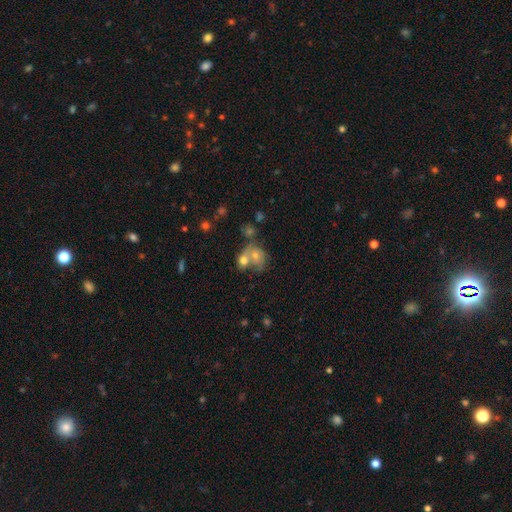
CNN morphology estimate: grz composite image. It shows a smooth galaxy with no disk features (55%) that is round (58%). Merging: merger (54%).